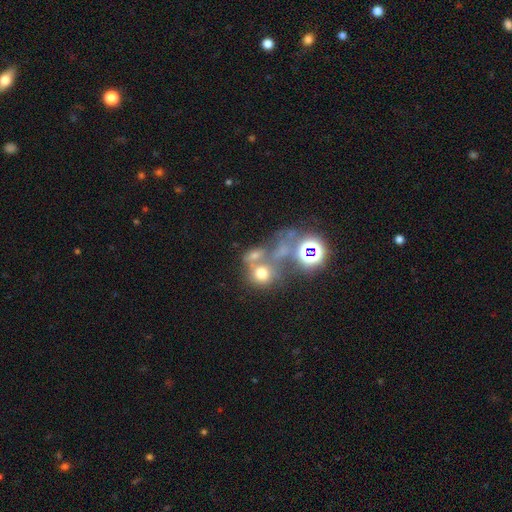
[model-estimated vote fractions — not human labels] This appears to be a smooth galaxy with no disk features (41%). Merging: merger (43%).